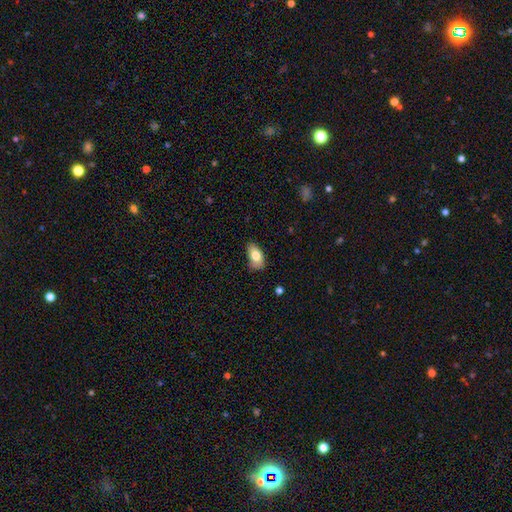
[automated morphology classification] The model was most divided on "merging": none: 69%, minor disturbance: 25%, major disturbance: 5%, merger: 2%. More confident: how rounded — in between (92%); smooth or featured — smooth (80%).